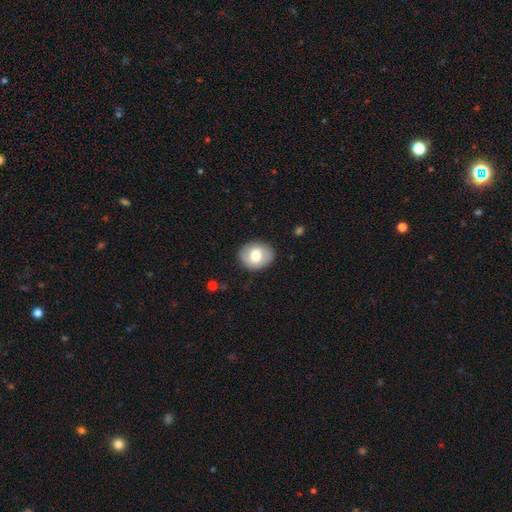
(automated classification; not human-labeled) Smooth or featured: smooth — 65% (featured or disk — 29%)
How rounded: in between — 52% (round — 47%)
Merging: none — 86% (minor disturbance — 10%)